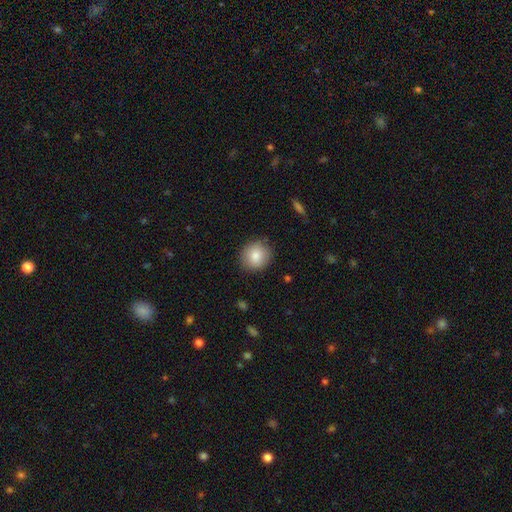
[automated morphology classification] type=smooth (84%); roundness=round (85%); merging=none (86%).